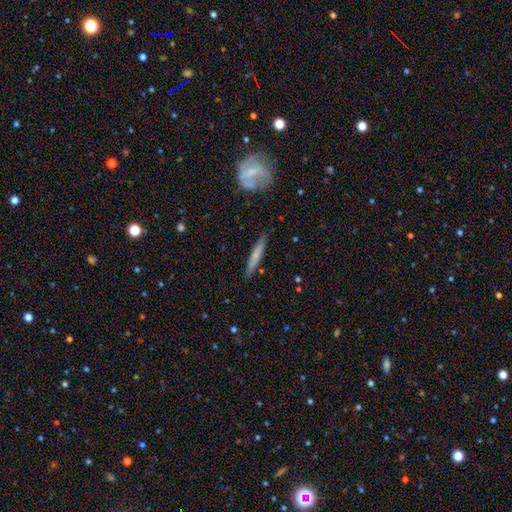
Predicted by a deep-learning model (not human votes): smooth_or_featured: smooth (p=0.65) [alt: featured or disk p=0.29]
how_rounded: cigar-shaped (p=0.93) [alt: in between p=0.05]
merging: none (p=0.85) [alt: minor disturbance p=0.11]